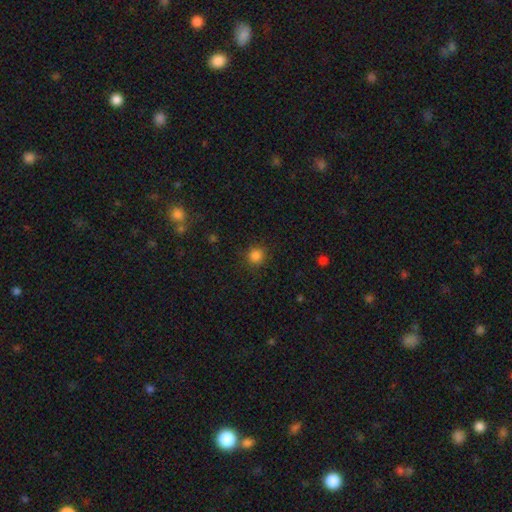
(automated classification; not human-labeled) Overall: smooth (83%). How rounded: round (91%). Merging: none (88%).